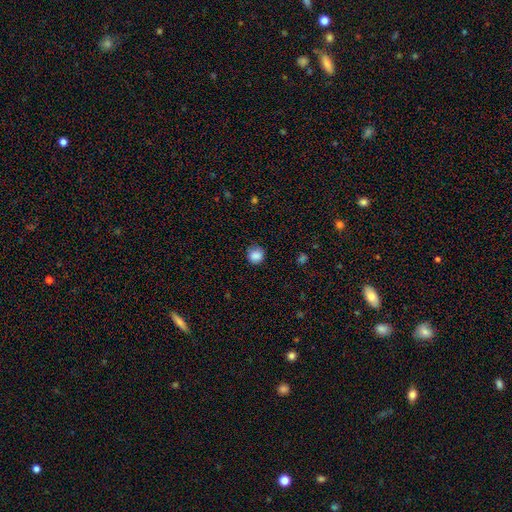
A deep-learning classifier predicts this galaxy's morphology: Q: Smooth or featured?
A: smooth (87%); runner-up: star or artifact (10%)
Q: How rounded?
A: round (87%); runner-up: in between (12%)
Q: Merging?
A: none (78%); runner-up: minor disturbance (17%)